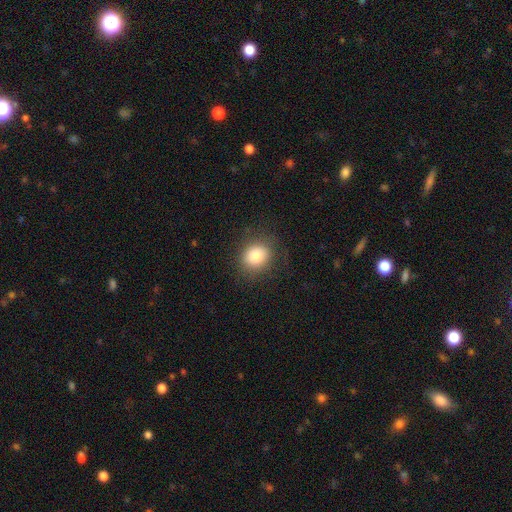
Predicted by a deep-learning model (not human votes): A smooth galaxy with no disk features (82%) that is round (66%).

Vote fractions:
- Smooth or featured? smooth: 82% / star or artifact: 10% / featured or disk: 8%
- How rounded? round: 66% / in between: 33% / cigar-shaped: 1%
- Merging? none: 83% / minor disturbance: 12% / major disturbance: 5% / merger: 1%